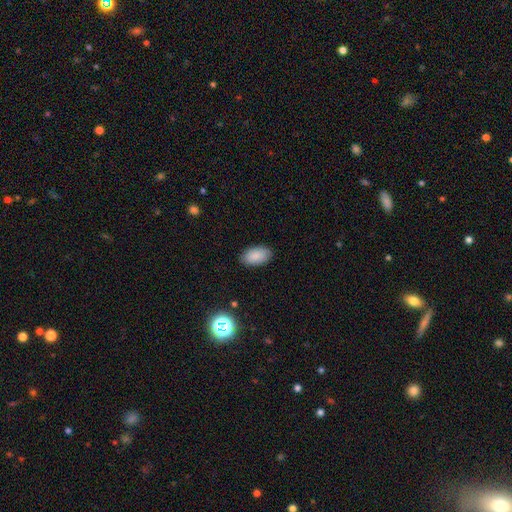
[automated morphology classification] Smooth or featured: smooth — 88% (star or artifact — 7%)
How rounded: in between — 94% (round — 4%)
Merging: none — 88% (minor disturbance — 9%)